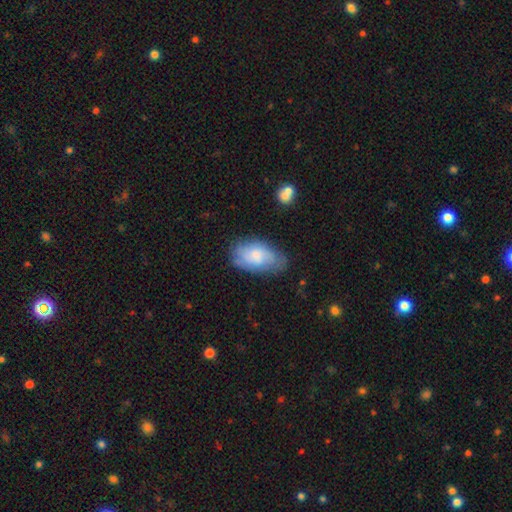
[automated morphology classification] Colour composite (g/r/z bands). It shows a smooth galaxy with no disk features (58%) that is in between round and cigar-shaped (92%). Merging: none (62%).